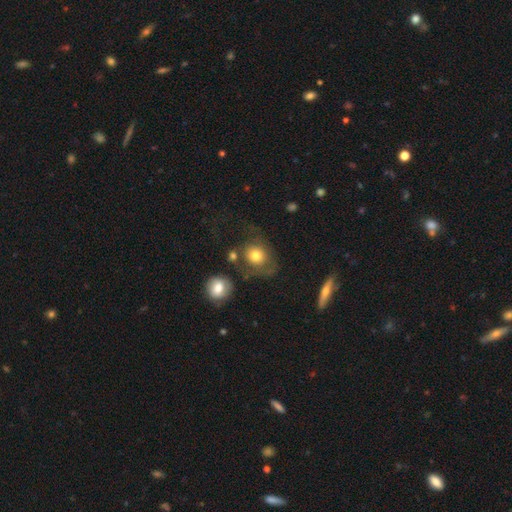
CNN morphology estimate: Q: Smooth or featured?
A: smooth (69%); runner-up: featured or disk (22%)
Q: How rounded?
A: round (73%); runner-up: in between (26%)
Q: Merging?
A: none (45%); runner-up: major disturbance (25%)